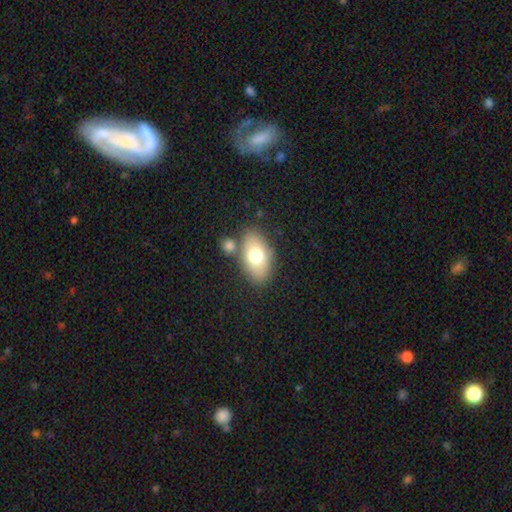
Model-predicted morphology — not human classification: type=smooth (70%); roundness=in between (89%); merging=none (72%).